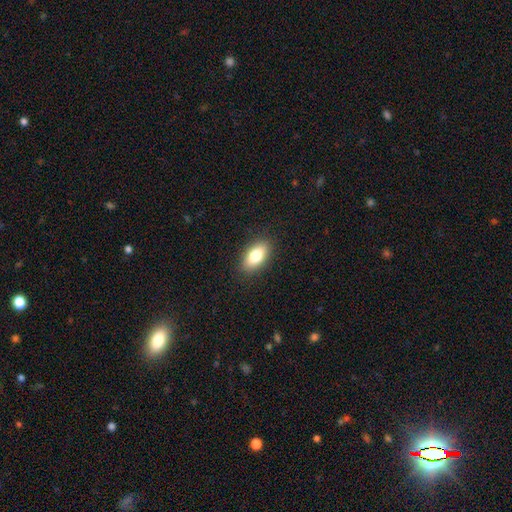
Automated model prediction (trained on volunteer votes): The model was most divided on "smooth or featured": smooth: 80%, featured or disk: 12%, star or artifact: 8%. More confident: how rounded — in between (90%); merging — none (89%).